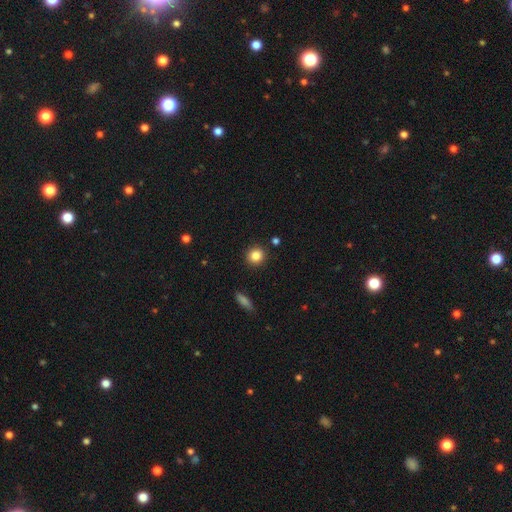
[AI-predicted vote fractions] A smooth galaxy with no disk features (85%) that is round (87%). Merging: none (90%).